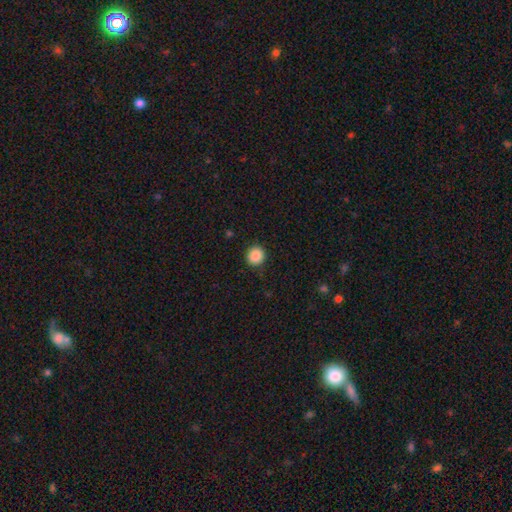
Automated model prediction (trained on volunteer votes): Smooth or featured? Predicted: smooth (p=0.88). How rounded? Predicted: round (p=0.92). Merging? Predicted: none (p=0.90).